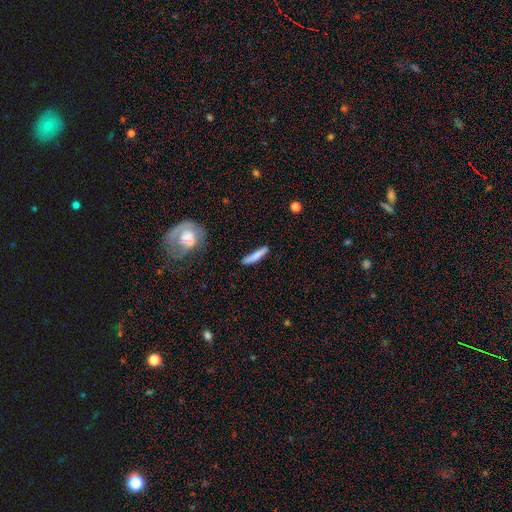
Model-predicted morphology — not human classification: A smooth galaxy with no disk features (76%) that is cigar-shaped (90%).

Vote fractions:
- Smooth or featured? smooth: 76% / featured or disk: 18% / star or artifact: 6%
- How rounded? cigar-shaped: 90% / in between: 8% / round: 2%
- Merging? none: 80% / minor disturbance: 14% / major disturbance: 3% / merger: 3%